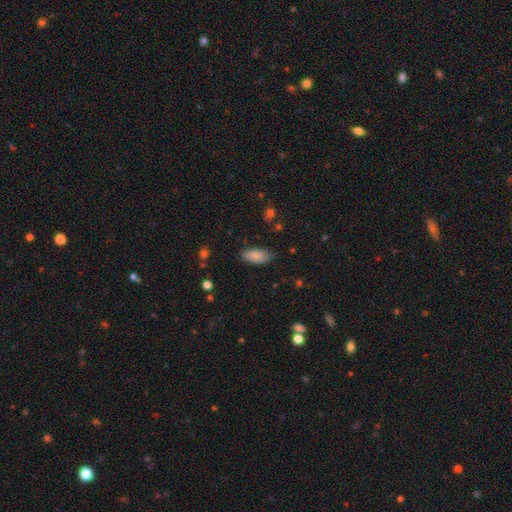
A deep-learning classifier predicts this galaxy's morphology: type=smooth (87%); roundness=in between (87%); merging=none (76%).